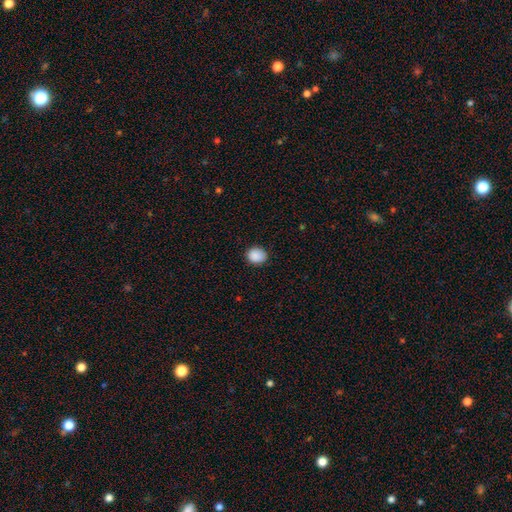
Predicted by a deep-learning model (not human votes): smooth_or_featured: smooth (p=0.89) [alt: star or artifact p=0.08]
how_rounded: round (p=0.62) [alt: in between p=0.37]
merging: none (p=0.85) [alt: minor disturbance p=0.11]